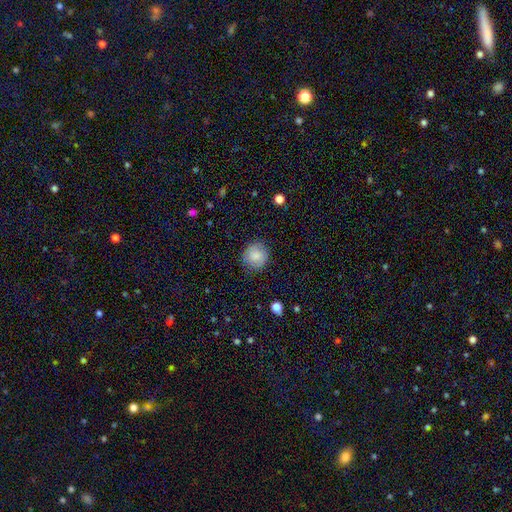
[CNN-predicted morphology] Smooth or featured? smooth (80%)
How rounded? round (89%)
Merging? none (84%)